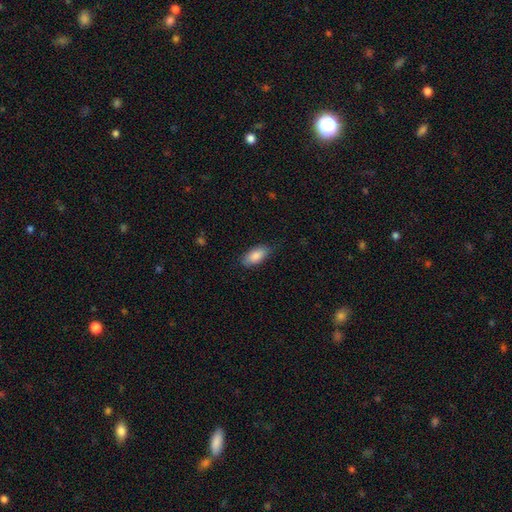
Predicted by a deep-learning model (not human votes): A smooth galaxy with no disk features (86%) that is in between round and cigar-shaped (89%). Merging: none (79%).